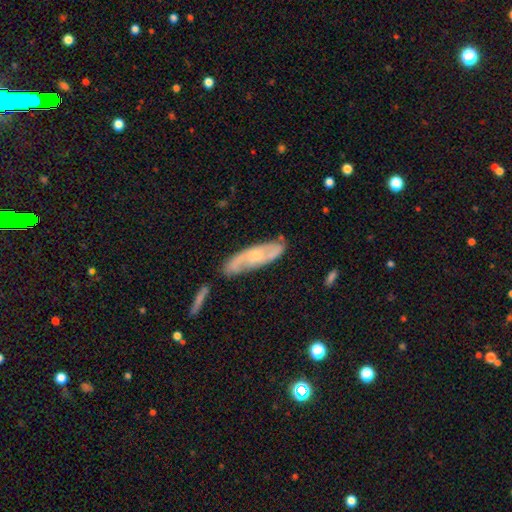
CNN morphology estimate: A featured or disk galaxy (69%) with no bar (68%), spiral arms (86%) and a small central bulge (52%).

Vote fractions:
- Smooth or featured? featured or disk: 69% / smooth: 25% / star or artifact: 6%
- Edge-on disk? no: 79% / yes: 21%
- Bar? no: 68% / weak: 27% / strong: 6%
- Spiral arms? yes: 86% / no: 14%
- Bulge size? small: 52% / moderate: 43% / none: 2% / large: 2% / dominant: 1%
- Merging? none: 74% / minor disturbance: 17% / merger: 5% / major disturbance: 4%